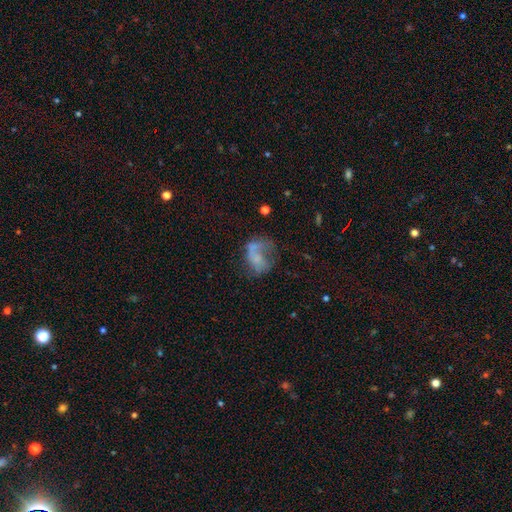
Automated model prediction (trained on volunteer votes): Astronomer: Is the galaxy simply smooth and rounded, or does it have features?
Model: featured or disk — 46% (runner-up: smooth, 41%).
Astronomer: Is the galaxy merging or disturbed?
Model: major disturbance — 42% (runner-up: none, 28%).